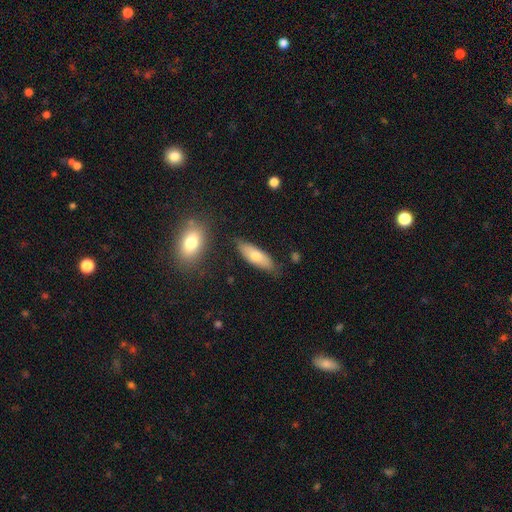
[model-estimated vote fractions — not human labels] This is likely a smooth galaxy (71%). How rounded: likely in between (63%). Merging: likely none (77%).